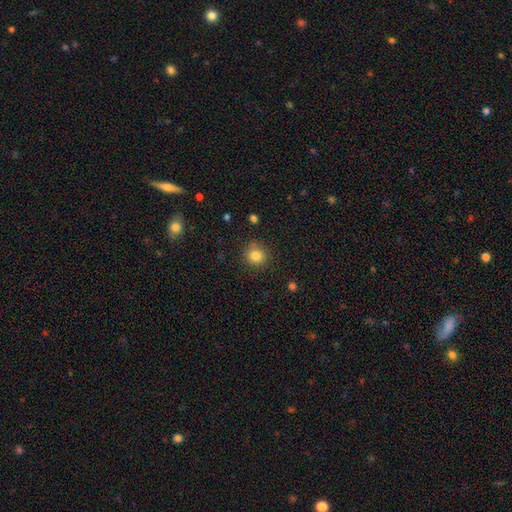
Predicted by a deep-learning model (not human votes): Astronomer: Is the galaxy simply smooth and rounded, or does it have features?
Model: smooth — 83%.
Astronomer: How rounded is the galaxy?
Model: round — 92%.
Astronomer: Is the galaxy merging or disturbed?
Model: none — 87%.